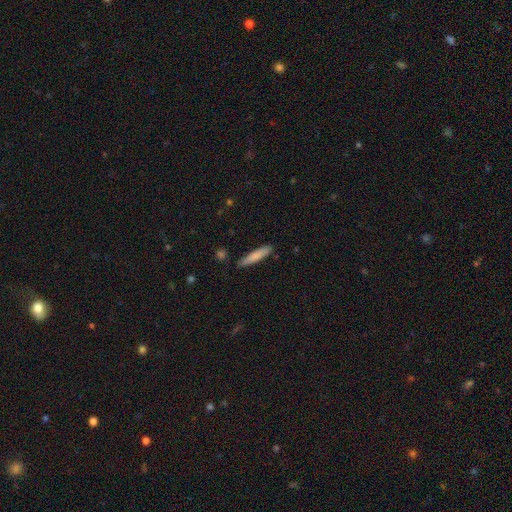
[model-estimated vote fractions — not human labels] Smooth or featured?
  - smooth: 79% *
  - featured or disk: 16%
  - star or artifact: 6%
How rounded?
  - cigar-shaped: 88% *
  - in between: 11%
  - round: 1%
Merging?
  - none: 86% *
  - minor disturbance: 11%
  - major disturbance: 2%
  - merger: 2%